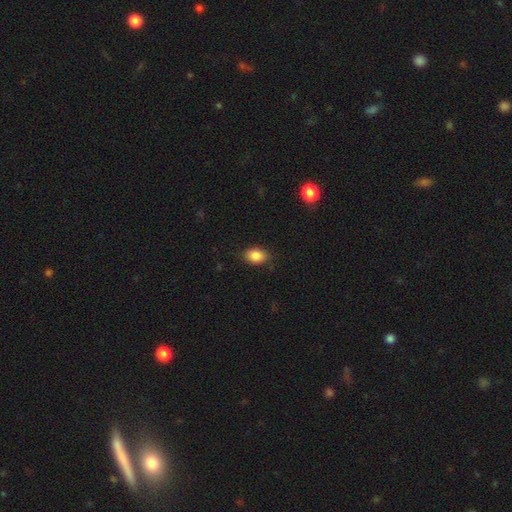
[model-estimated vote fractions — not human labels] A smooth galaxy with no disk features (86%) that is in between round and cigar-shaped (76%). Merging: none (83%).